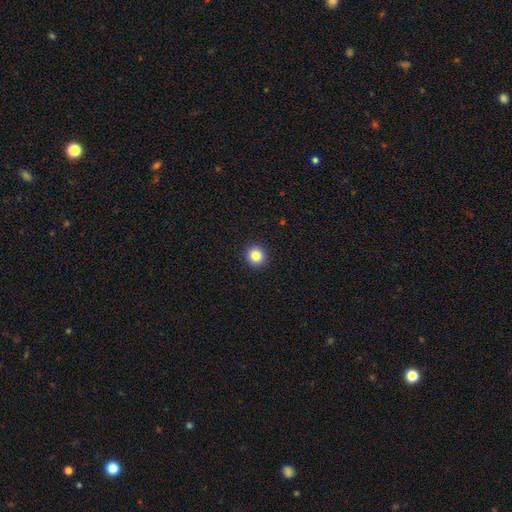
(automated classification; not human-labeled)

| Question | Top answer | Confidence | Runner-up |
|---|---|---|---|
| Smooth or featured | smooth | 84% | star or artifact (11%) |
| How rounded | round | 94% | in between (5%) |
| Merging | none | 93% | minor disturbance (4%) |